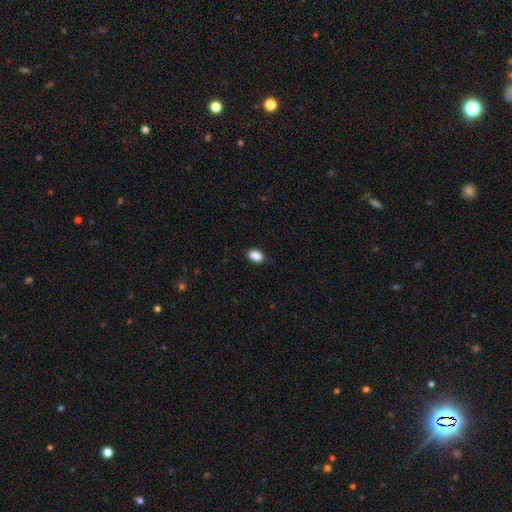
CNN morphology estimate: Smooth or featured: smooth — 89% (star or artifact — 8%)
How rounded: in between — 85% (round — 13%)
Merging: none — 87% (minor disturbance — 10%)